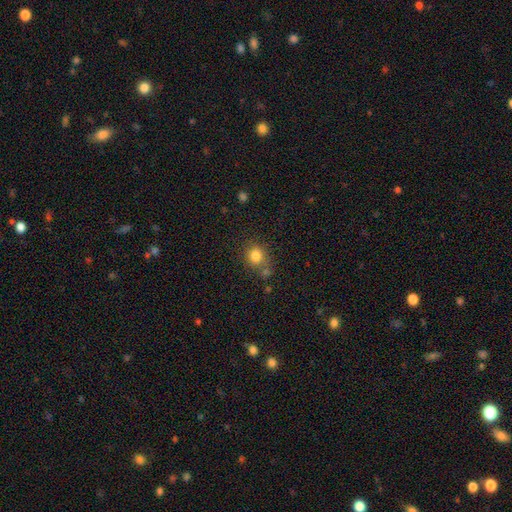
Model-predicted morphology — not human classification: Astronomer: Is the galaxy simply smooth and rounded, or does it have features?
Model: smooth — 81%.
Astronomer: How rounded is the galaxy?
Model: round — 82%.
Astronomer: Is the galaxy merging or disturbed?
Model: none — 68%.